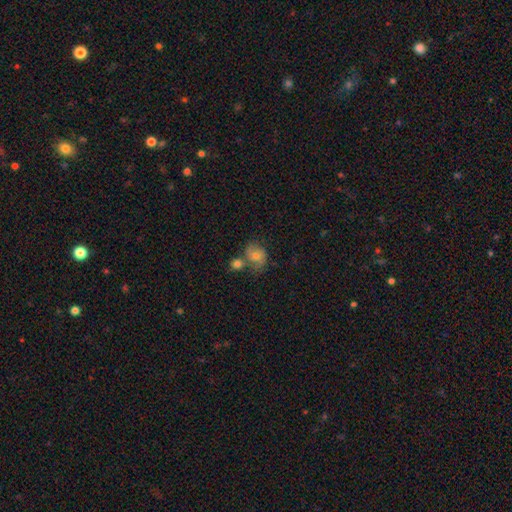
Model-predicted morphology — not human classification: A smooth galaxy with no disk features (51%) that is round (55%).

Vote fractions:
- Smooth or featured? smooth: 51% / featured or disk: 35% / star or artifact: 14%
- How rounded? round: 55% / in between: 44% / cigar-shaped: 1%
- Merging? none: 48% / merger: 25% / minor disturbance: 18% / major disturbance: 8%